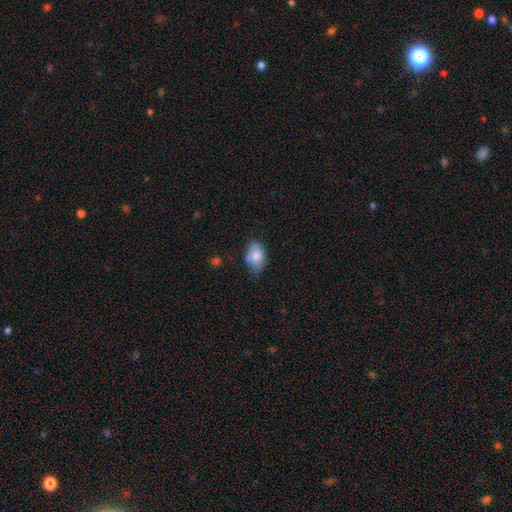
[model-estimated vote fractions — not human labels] Smooth or featured?
  - smooth: 80% *
  - featured or disk: 13%
  - star or artifact: 7%
How rounded?
  - in between: 85% *
  - round: 14%
  - cigar-shaped: 1%
Merging?
  - none: 59% *
  - minor disturbance: 32%
  - major disturbance: 6%
  - merger: 3%